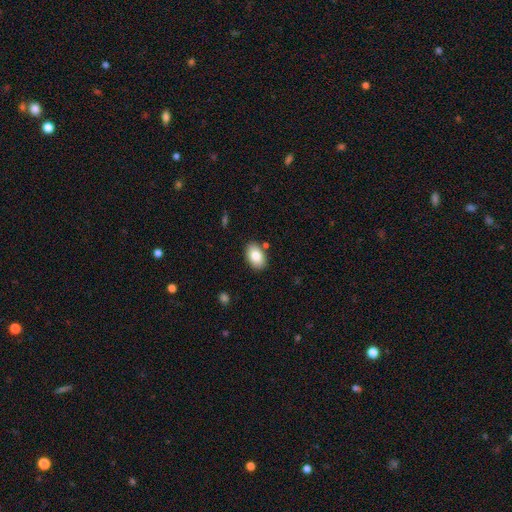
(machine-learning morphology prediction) A smooth galaxy with no disk features (84%) that is in between round and cigar-shaped (90%).

Vote fractions:
- Smooth or featured? smooth: 84% / featured or disk: 9% / star or artifact: 7%
- How rounded? in between: 90% / round: 8% / cigar-shaped: 1%
- Merging? none: 84% / minor disturbance: 10% / merger: 3% / major disturbance: 2%